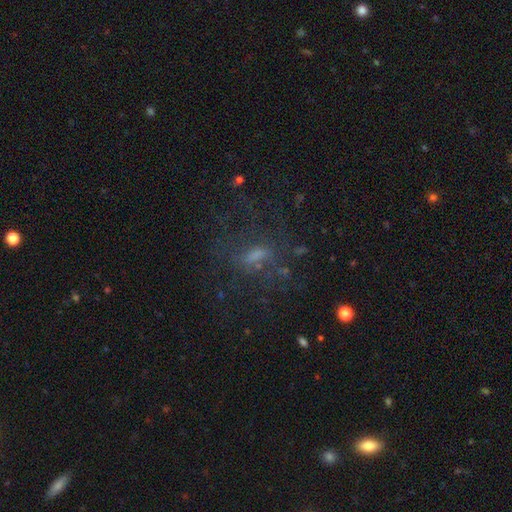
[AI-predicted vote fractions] Overall: featured or disk (40%; smooth 36%). Merging: none (53%; major disturbance 26%).